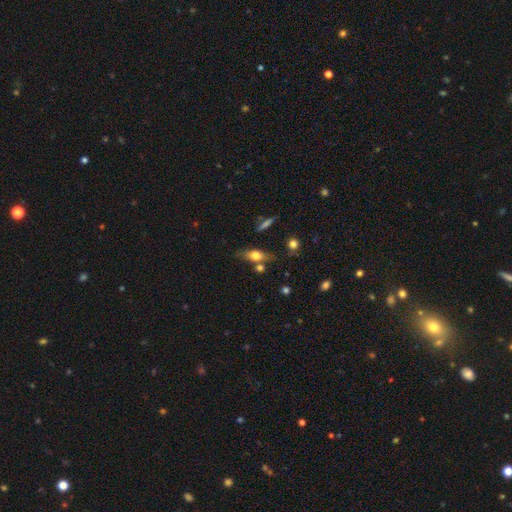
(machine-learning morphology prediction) The model was most divided on "smooth or featured": smooth: 62%, featured or disk: 28%, star or artifact: 9%. More confident: how rounded — in between (68%); merging — none (62%).